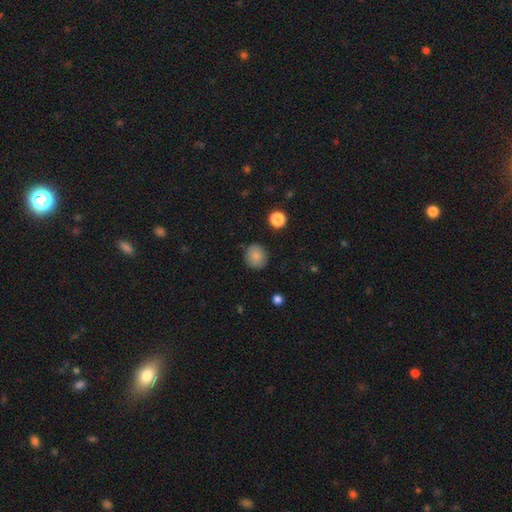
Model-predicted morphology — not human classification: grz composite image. It shows a smooth galaxy with no disk features (83%) that is round (83%). Merging: none (86%).